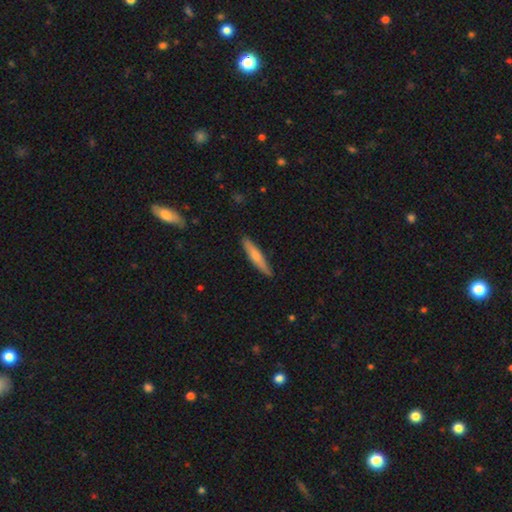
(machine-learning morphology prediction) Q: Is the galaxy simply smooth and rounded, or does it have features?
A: smooth — 61%.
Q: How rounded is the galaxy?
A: cigar-shaped — 90%.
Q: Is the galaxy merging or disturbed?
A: none — 87%.